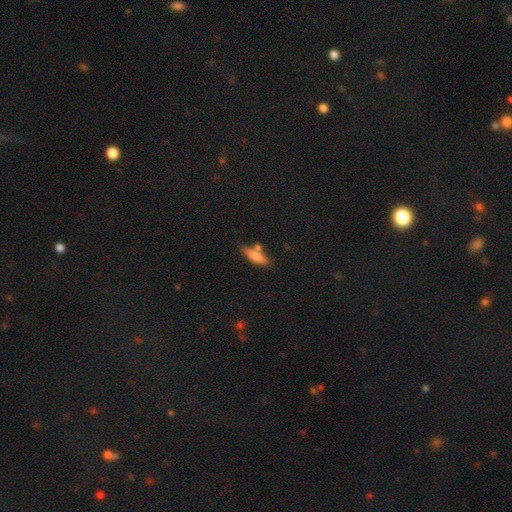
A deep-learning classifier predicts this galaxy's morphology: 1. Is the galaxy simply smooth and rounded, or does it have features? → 68% smooth, 25% featured or disk, 8% star or artifact.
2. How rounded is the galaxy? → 63% cigar-shaped, 34% in between, 3% round.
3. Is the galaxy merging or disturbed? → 68% none, 15% merger, 14% minor disturbance, 4% major disturbance.